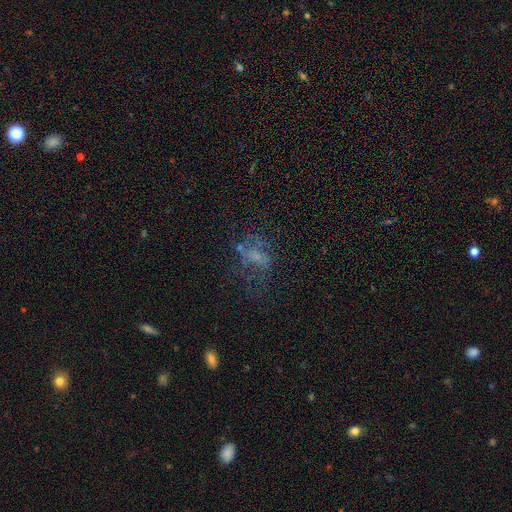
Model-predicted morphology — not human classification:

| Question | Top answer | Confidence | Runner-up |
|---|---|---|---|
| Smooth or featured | featured or disk | 51% | smooth (30%) |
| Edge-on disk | no | 96% | yes (4%) |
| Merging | none | 41% | major disturbance (37%) |